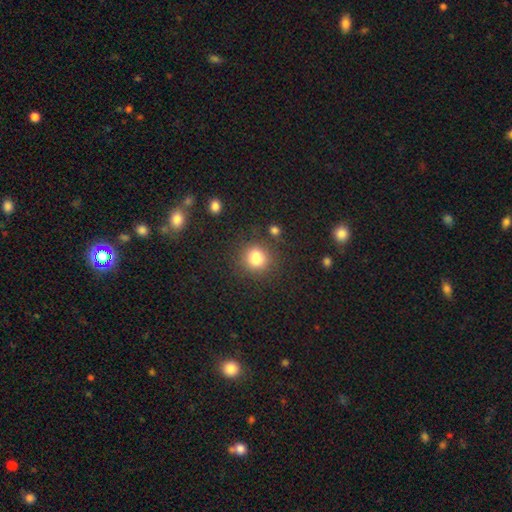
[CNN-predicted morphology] Overall: smooth (79%). How rounded: round (75%). Merging: none (68%).